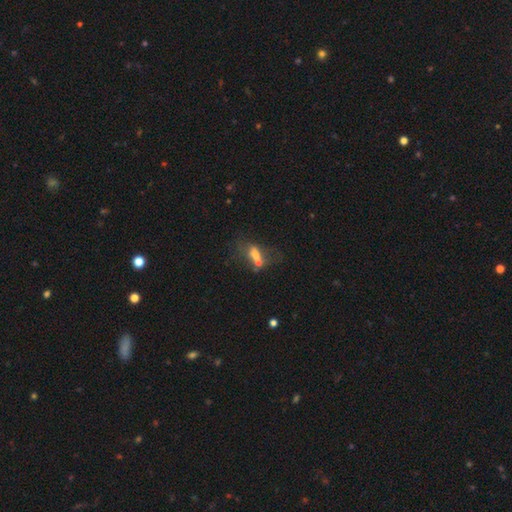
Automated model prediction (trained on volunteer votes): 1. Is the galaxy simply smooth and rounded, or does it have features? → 48% smooth, 39% featured or disk, 13% star or artifact.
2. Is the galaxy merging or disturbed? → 32% none, 31% merger, 21% major disturbance, 16% minor disturbance.